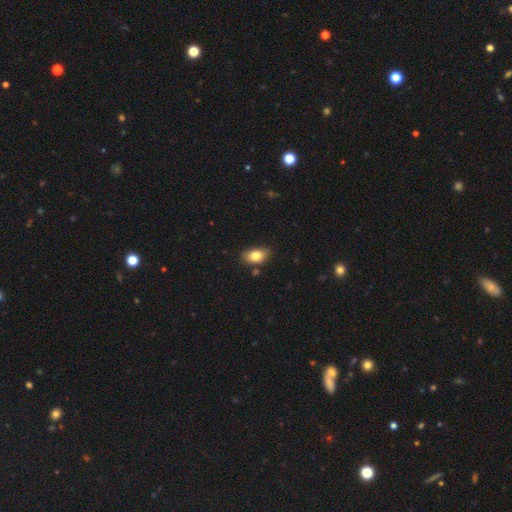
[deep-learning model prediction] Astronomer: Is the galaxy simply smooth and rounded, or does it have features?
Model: smooth — 82%.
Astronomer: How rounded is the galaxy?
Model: in between — 86%.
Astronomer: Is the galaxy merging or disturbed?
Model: none — 79%.